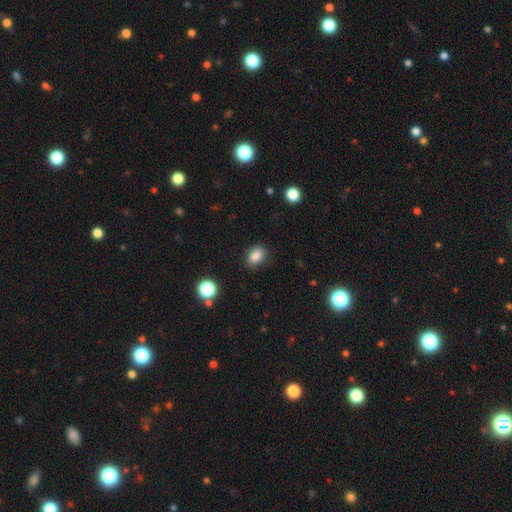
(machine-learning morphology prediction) A smooth galaxy with no disk features (86%) that is in between round and cigar-shaped (71%).

Vote fractions:
- Smooth or featured? smooth: 86% / star or artifact: 10% / featured or disk: 4%
- How rounded? in between: 71% / round: 28% / cigar-shaped: 1%
- Merging? none: 84% / minor disturbance: 11% / major disturbance: 3% / merger: 1%